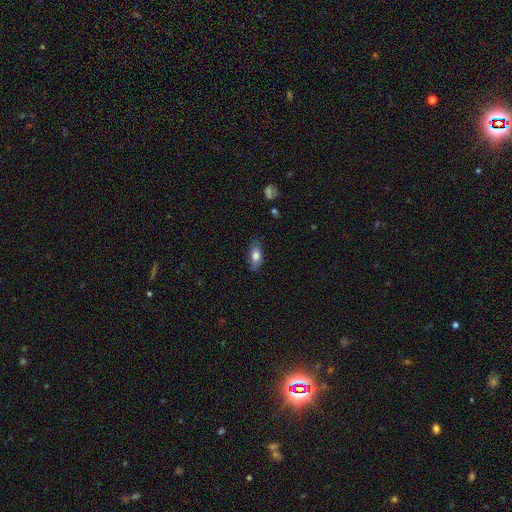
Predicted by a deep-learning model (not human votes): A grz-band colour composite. It shows a smooth galaxy with no disk features (79%) that is in between round and cigar-shaped (85%). Merging: none (81%).